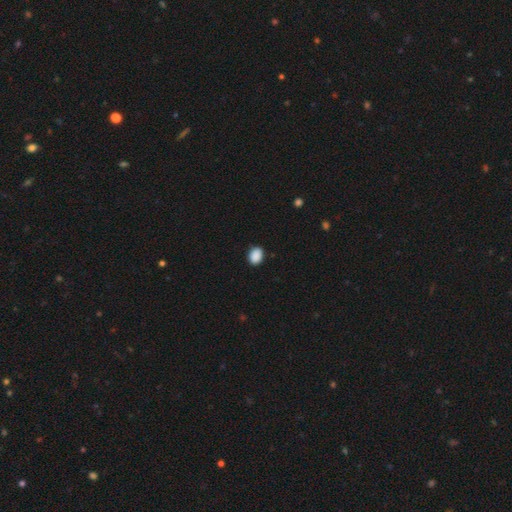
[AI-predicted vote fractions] smooth-or-featured: smooth: 90% | star or artifact: 8% | featured or disk: 2%
  how-rounded: in between: 66% | round: 33% | cigar-shaped: 1%
  merging: none: 89% | minor disturbance: 9% | major disturbance: 2% | merger: 1%